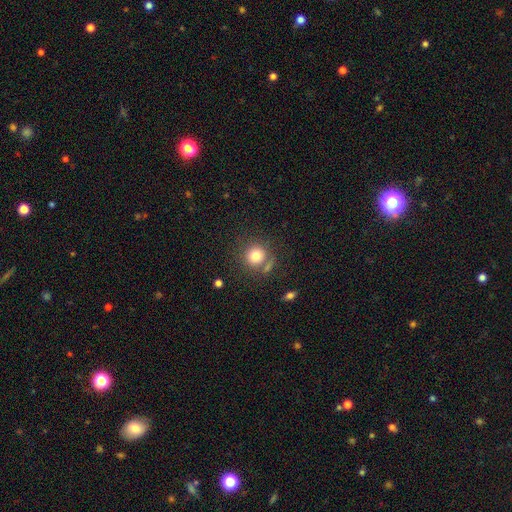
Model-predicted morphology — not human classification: Q: Smooth or featured?
A: smooth (78%); runner-up: star or artifact (12%)
Q: How rounded?
A: round (91%); runner-up: in between (8%)
Q: Merging?
A: none (73%); runner-up: merger (12%)